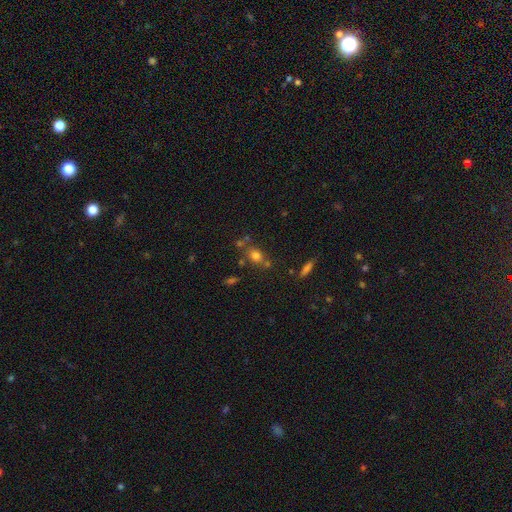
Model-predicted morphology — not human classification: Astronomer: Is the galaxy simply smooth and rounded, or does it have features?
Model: smooth — 71%.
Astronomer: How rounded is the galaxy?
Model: round — 50% (runner-up: in between, 46%).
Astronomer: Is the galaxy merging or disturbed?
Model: none — 60%.